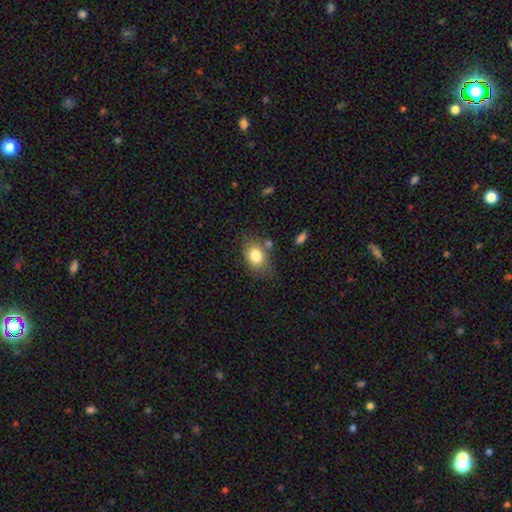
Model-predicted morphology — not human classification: smooth_or_featured: smooth (p=0.80) [alt: featured or disk p=0.11]
how_rounded: in between (p=0.67) [alt: round p=0.32]
merging: none (p=0.67) [alt: minor disturbance p=0.19]